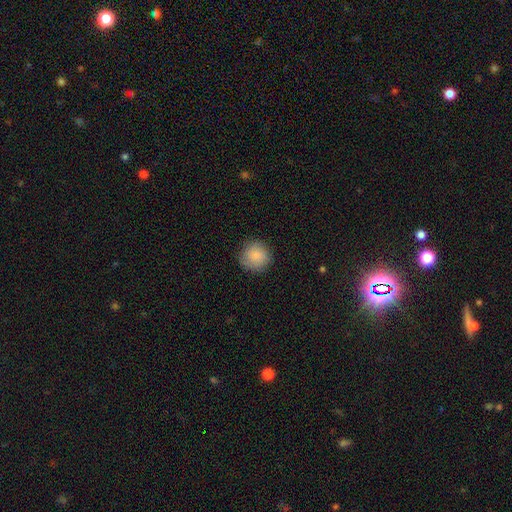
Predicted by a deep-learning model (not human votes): smooth_or_featured: smooth (p=0.86) [alt: star or artifact p=0.07]
how_rounded: round (p=0.93) [alt: in between p=0.06]
merging: none (p=0.86) [alt: minor disturbance p=0.11]